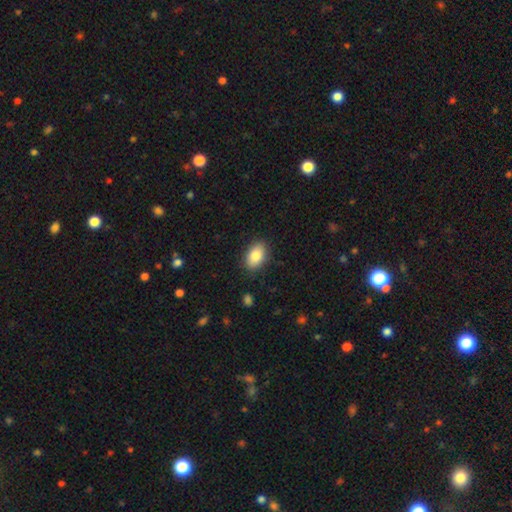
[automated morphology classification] A smooth galaxy with no disk features (85%) that is in between round and cigar-shaped (89%).

Vote fractions:
- Smooth or featured? smooth: 85% / featured or disk: 8% / star or artifact: 7%
- How rounded? in between: 89% / round: 10% / cigar-shaped: 1%
- Merging? none: 87% / minor disturbance: 10% / major disturbance: 2% / merger: 1%